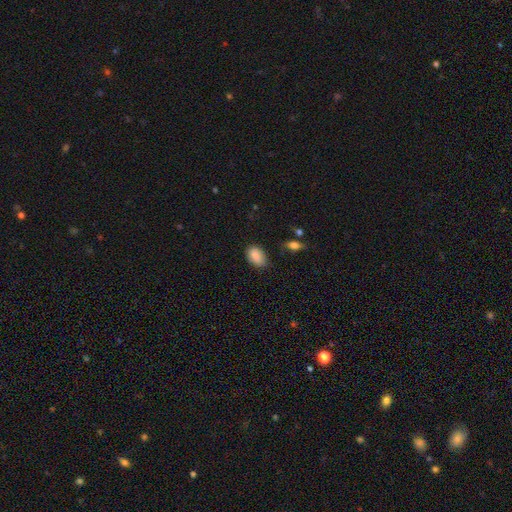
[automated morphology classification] Smooth or featured? smooth (87%)
How rounded? in between (89%)
Merging? none (74%)